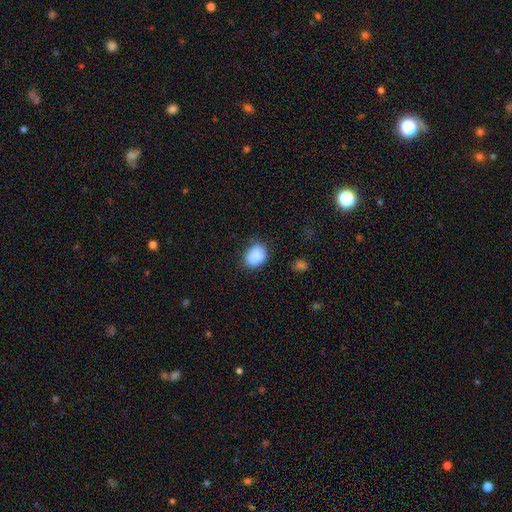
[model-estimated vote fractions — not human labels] Smooth or featured?
  - smooth: 87% *
  - star or artifact: 8%
  - featured or disk: 5%
How rounded?
  - round: 55% *
  - in between: 45%
  - cigar-shaped: 1%
Merging?
  - none: 69% *
  - minor disturbance: 24%
  - major disturbance: 5%
  - merger: 2%